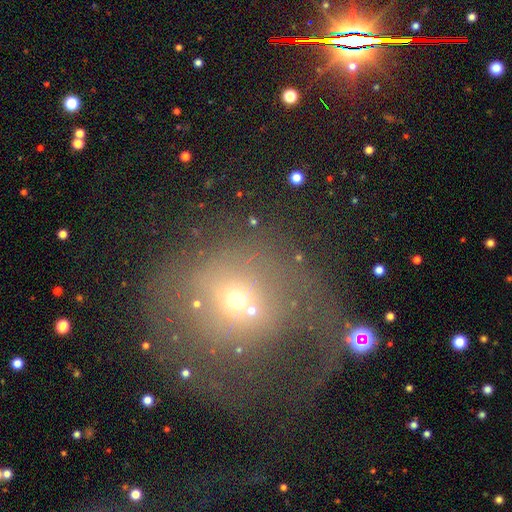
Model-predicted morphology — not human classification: A smooth galaxy with no disk features (44%).

Vote fractions:
- Smooth or featured? smooth: 44% / featured or disk: 28% / star or artifact: 28%
- Merging? major disturbance: 38% / none: 35% / minor disturbance: 16% / merger: 10%